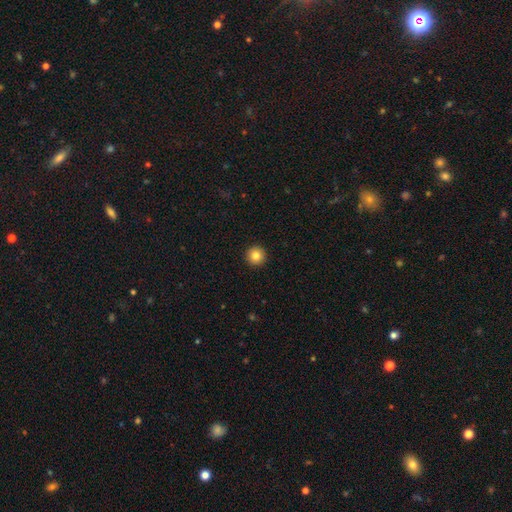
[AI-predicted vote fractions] The model was most divided on "smooth or featured": smooth: 83%, star or artifact: 10%, featured or disk: 7%. More confident: how rounded — round (97%); merging — none (94%).